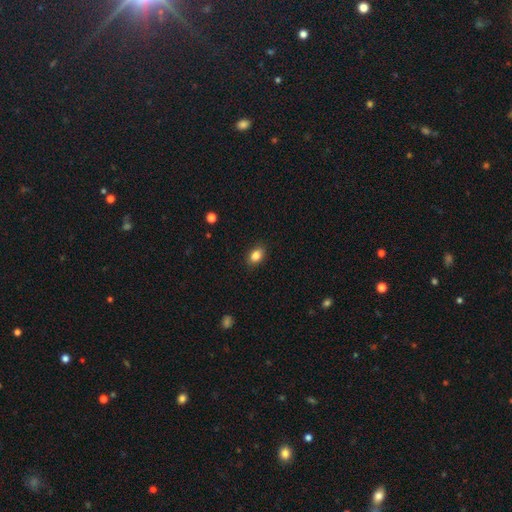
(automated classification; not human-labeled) This appears to be a smooth galaxy with no disk features (85%) that is in between round and cigar-shaped (77%). Merging: none (88%).